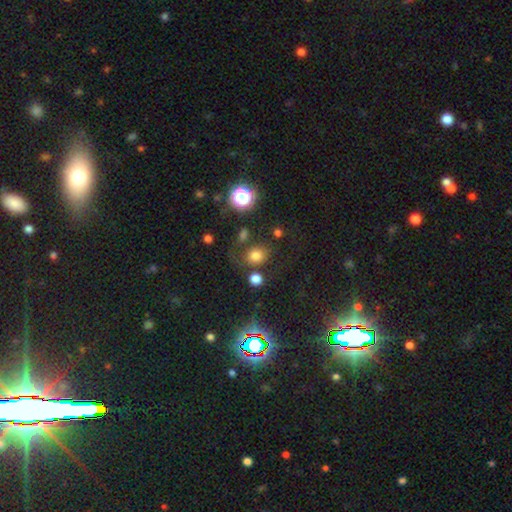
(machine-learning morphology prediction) type=smooth (73%); roundness=round (69%); merging=none (68%).